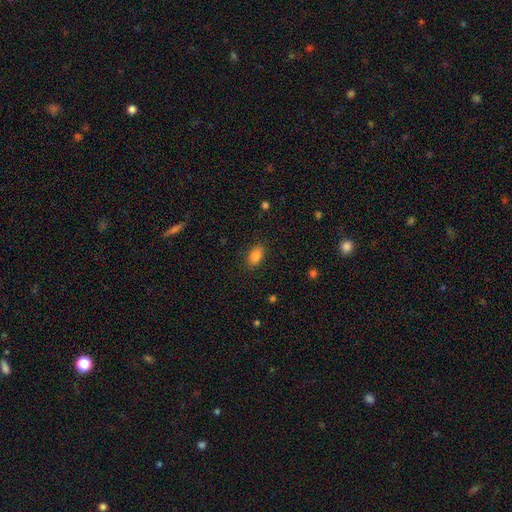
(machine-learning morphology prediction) This appears to be a smooth galaxy with no disk features (85%) that is in between round and cigar-shaped (87%). Merging: none (86%).